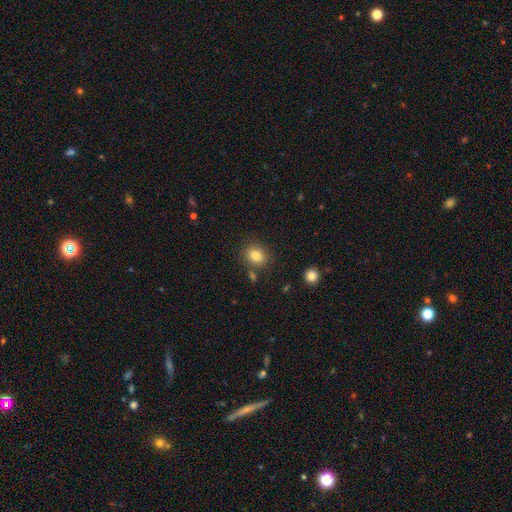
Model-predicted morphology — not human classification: Smooth or featured? smooth (83%)
How rounded? round (58%)
Merging? none (80%)